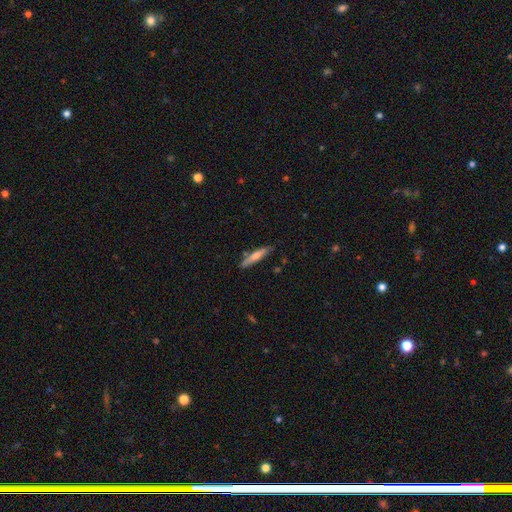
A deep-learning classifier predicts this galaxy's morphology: This appears to be a smooth galaxy with no disk features (61%) that is cigar-shaped (89%). Merging: none (80%).